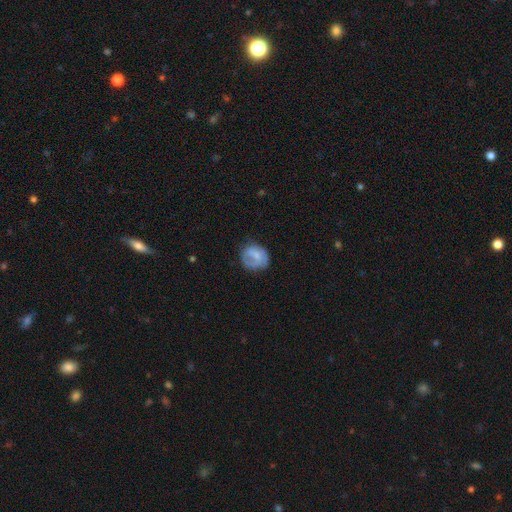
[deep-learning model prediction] Q: Smooth or featured?
A: smooth (52%); runner-up: featured or disk (41%)
Q: How rounded?
A: round (69%); runner-up: in between (30%)
Q: Merging?
A: none (56%); runner-up: minor disturbance (26%)